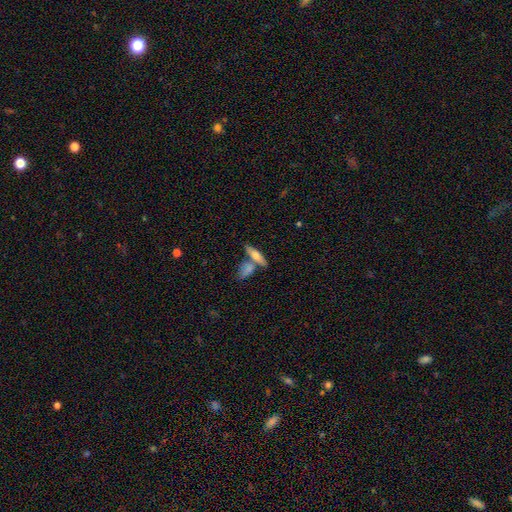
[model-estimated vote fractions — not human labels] smooth 55%, featured or disk 39%, star or artifact 7%. Down the decision tree: how rounded — cigar-shaped (60%); merging — none (58%).